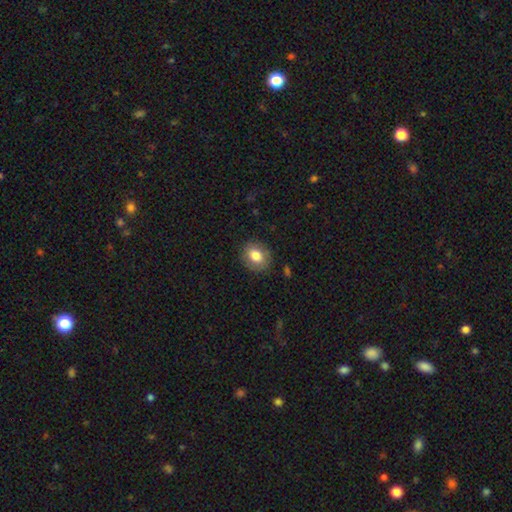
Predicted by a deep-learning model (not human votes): Q: Smooth or featured?
A: smooth (80%); runner-up: featured or disk (12%)
Q: How rounded?
A: round (56%); runner-up: in between (43%)
Q: Merging?
A: none (85%); runner-up: minor disturbance (11%)